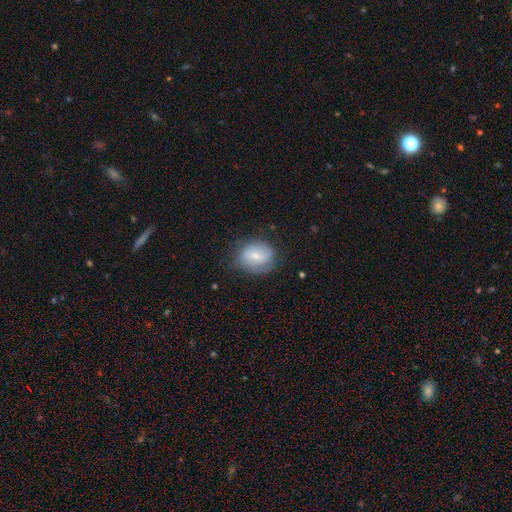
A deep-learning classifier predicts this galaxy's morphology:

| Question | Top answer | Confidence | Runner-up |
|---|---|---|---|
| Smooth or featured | smooth | 52% | featured or disk (40%) |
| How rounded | round | 64% | in between (35%) |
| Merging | none | 67% | minor disturbance (23%) |